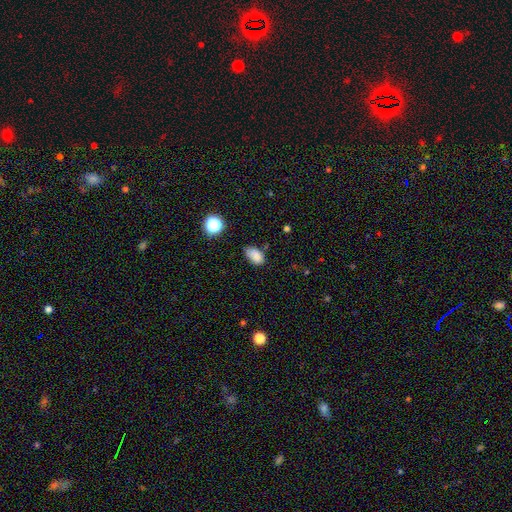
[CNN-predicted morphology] A smooth galaxy with no disk features (84%) that is in between round and cigar-shaped (89%).

Vote fractions:
- Smooth or featured? smooth: 84% / star or artifact: 11% / featured or disk: 5%
- How rounded? in between: 89% / round: 9% / cigar-shaped: 2%
- Merging? none: 66% / minor disturbance: 27% / major disturbance: 5% / merger: 3%